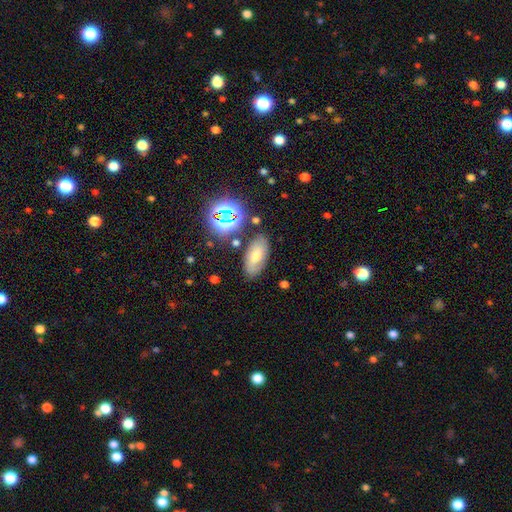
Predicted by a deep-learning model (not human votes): Smooth or featured? smooth (42%)
Merging? none (79%)